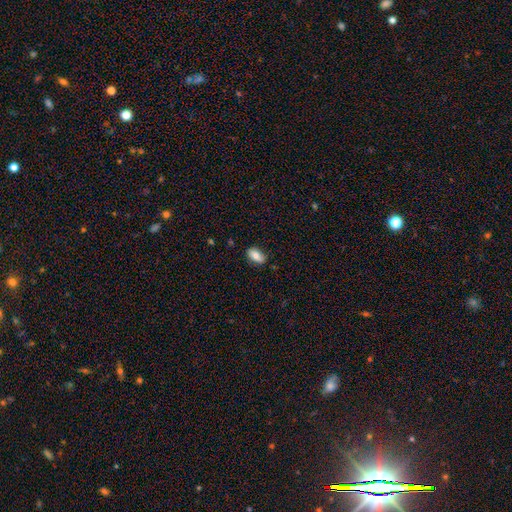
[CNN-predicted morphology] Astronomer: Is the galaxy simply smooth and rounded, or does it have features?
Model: smooth — 80%.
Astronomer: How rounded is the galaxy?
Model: in between — 91%.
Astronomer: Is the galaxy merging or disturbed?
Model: none — 82%.